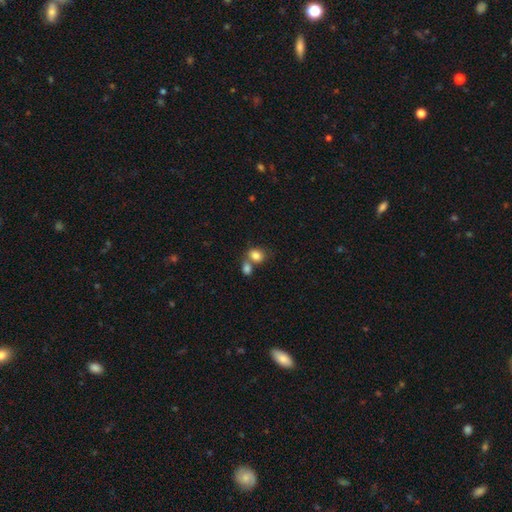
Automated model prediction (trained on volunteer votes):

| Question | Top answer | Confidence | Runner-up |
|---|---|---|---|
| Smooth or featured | smooth | 83% | star or artifact (9%) |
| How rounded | in between | 55% | round (44%) |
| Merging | merger | 47% | none (39%) |